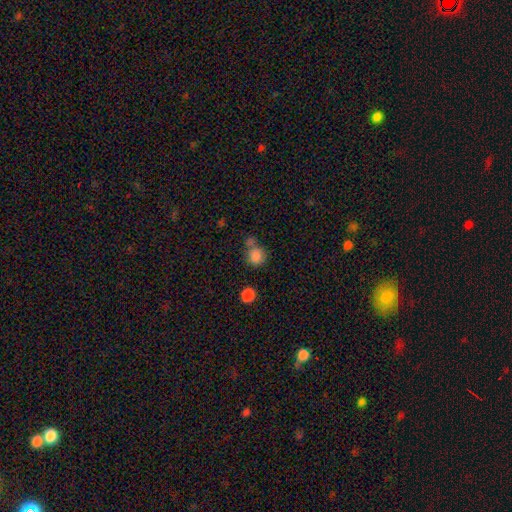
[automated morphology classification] This is clearly a smooth galaxy (83%). How rounded: clearly round (81%). Merging: possibly none (52%).